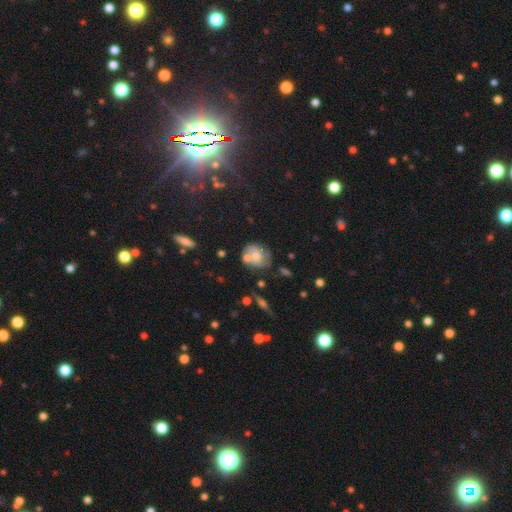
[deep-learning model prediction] This appears to be a smooth galaxy with no disk features (53%) that is round (65%). Merging: none (49%).